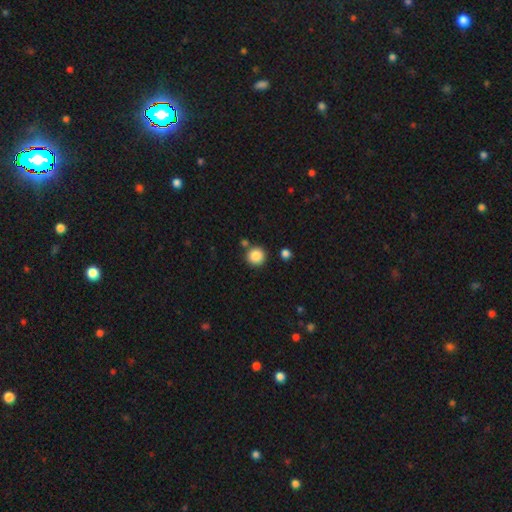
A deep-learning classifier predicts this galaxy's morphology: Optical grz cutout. It shows a smooth galaxy with no disk features (87%) that is round (95%). Merging: none (83%).